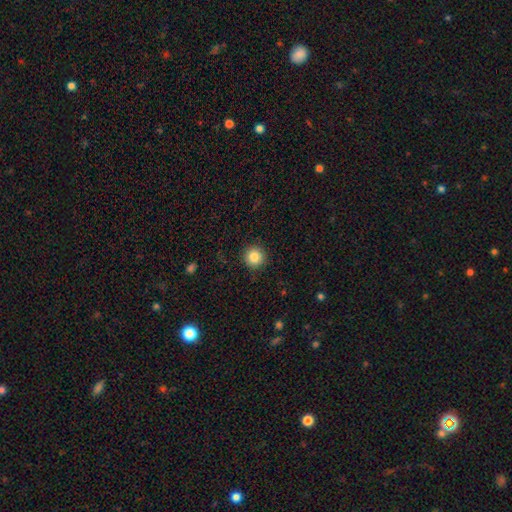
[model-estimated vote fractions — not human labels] Smooth or featured?
  - smooth: 86% *
  - star or artifact: 10%
  - featured or disk: 4%
How rounded?
  - round: 95% *
  - in between: 4%
  - cigar-shaped: 1%
Merging?
  - none: 90% *
  - minor disturbance: 7%
  - major disturbance: 2%
  - merger: 1%